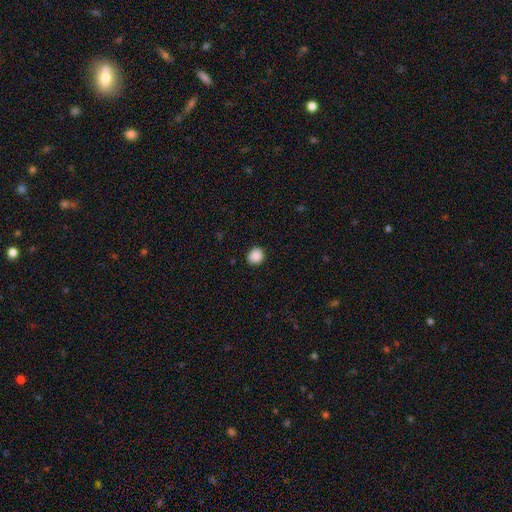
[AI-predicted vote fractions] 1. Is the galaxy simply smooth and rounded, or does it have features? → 88% smooth, 9% star or artifact, 3% featured or disk.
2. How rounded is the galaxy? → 81% round, 18% in between, 1% cigar-shaped.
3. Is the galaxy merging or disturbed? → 90% none, 7% minor disturbance, 2% major disturbance, 1% merger.